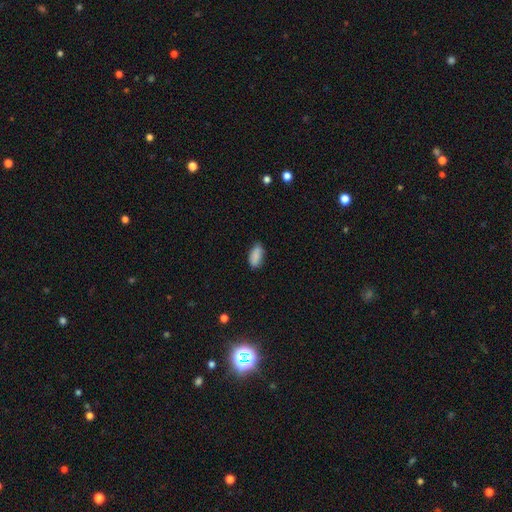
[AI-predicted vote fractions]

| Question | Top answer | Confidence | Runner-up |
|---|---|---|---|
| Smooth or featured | smooth | 87% | star or artifact (7%) |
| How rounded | in between | 89% | cigar-shaped (8%) |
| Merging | none | 77% | minor disturbance (18%) |